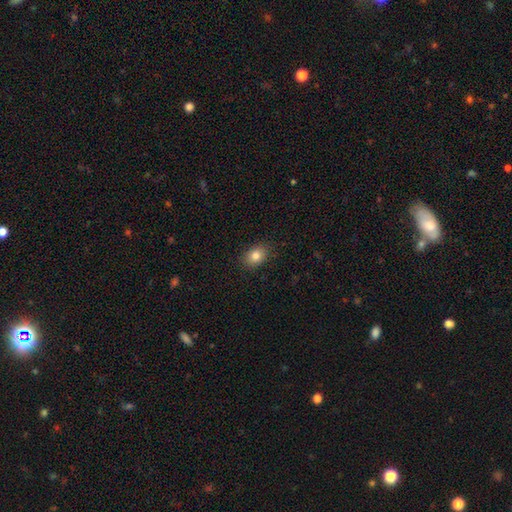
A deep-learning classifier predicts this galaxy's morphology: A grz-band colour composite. It shows a smooth galaxy with no disk features (82%) that is in between round and cigar-shaped (70%). Merging: none (87%).